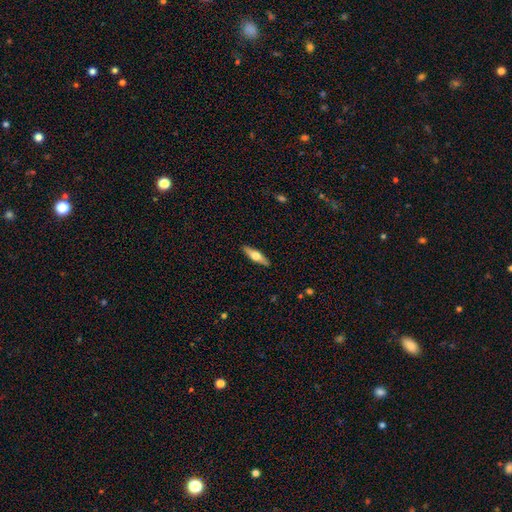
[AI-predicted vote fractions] Smooth or featured: featured or disk — 51% (smooth — 44%)
Edge-on disk: yes — 92% (no — 8%)
Merging: none — 91% (minor disturbance — 7%)